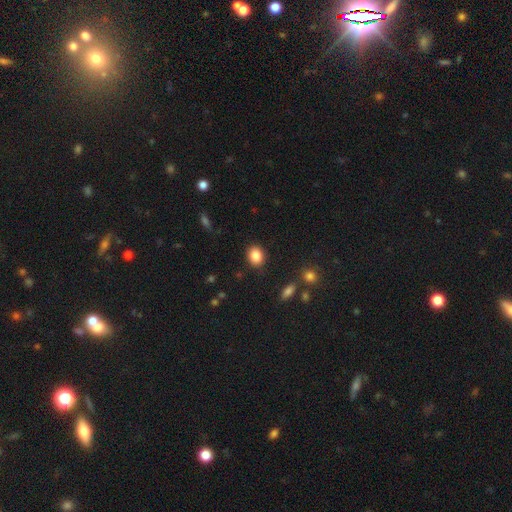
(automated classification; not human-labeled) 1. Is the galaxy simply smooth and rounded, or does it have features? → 87% smooth, 9% star or artifact, 5% featured or disk.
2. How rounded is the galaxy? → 51% in between, 48% round, 1% cigar-shaped.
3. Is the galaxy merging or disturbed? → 89% none, 8% minor disturbance, 2% major disturbance, 1% merger.